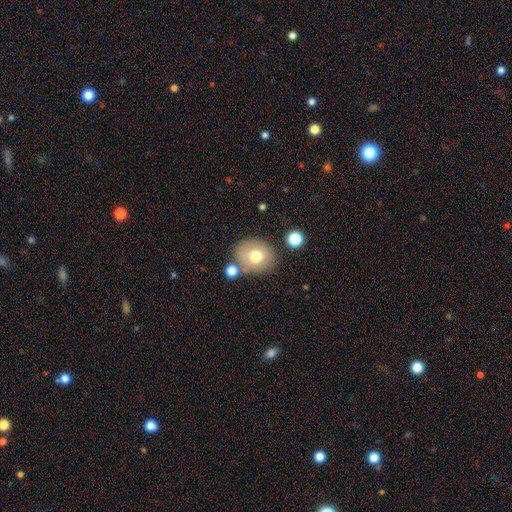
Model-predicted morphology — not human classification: This is likely a smooth galaxy (70%). How rounded: likely round (62%). Merging: likely none (69%).